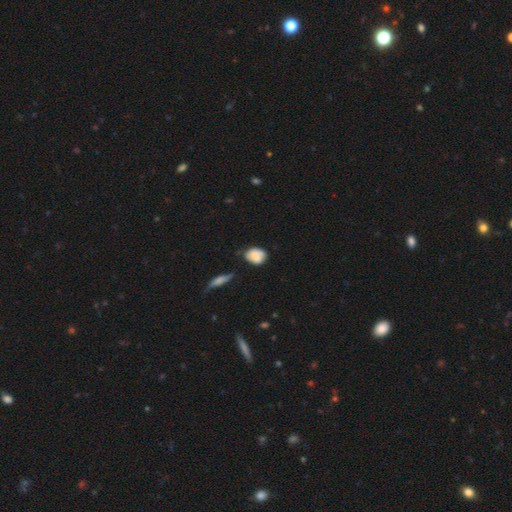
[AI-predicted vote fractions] Smooth or featured? smooth (78%)
How rounded? in between (56%)
Merging? none (59%)